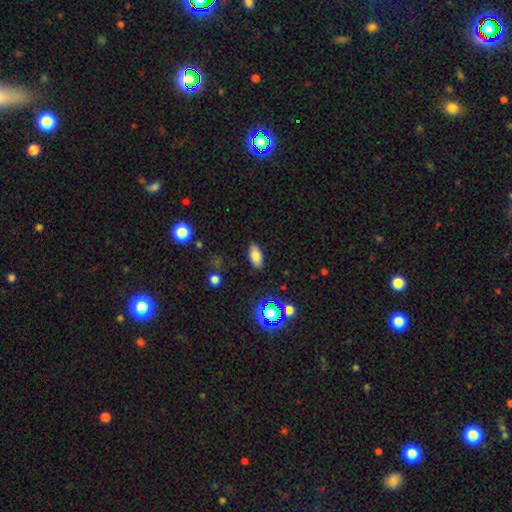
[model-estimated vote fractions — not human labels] Overall: smooth (77%). How rounded: in between (89%). Merging: none (87%).